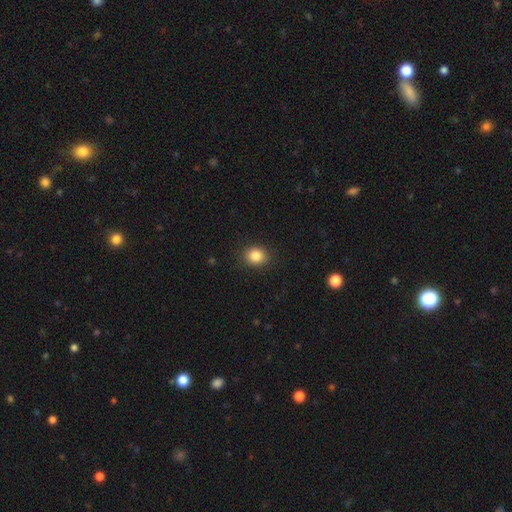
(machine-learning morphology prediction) A smooth galaxy with no disk features (85%) that is round (67%). Merging: none (89%).